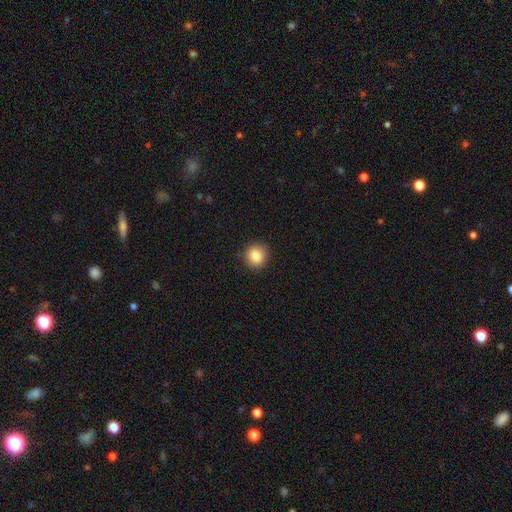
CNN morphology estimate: smooth_or_featured: smooth (p=0.85) [alt: star or artifact p=0.10]
how_rounded: round (p=0.87) [alt: in between p=0.12]
merging: none (p=0.89) [alt: minor disturbance p=0.07]